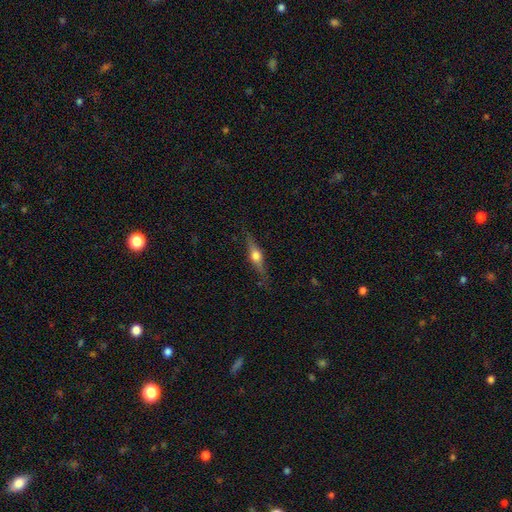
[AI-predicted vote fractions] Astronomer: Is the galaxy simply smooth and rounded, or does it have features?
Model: featured or disk — 66%.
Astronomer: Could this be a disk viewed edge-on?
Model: yes — 96%.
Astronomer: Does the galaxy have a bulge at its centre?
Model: rounded — 94%.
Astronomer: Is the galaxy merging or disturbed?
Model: none — 84%.